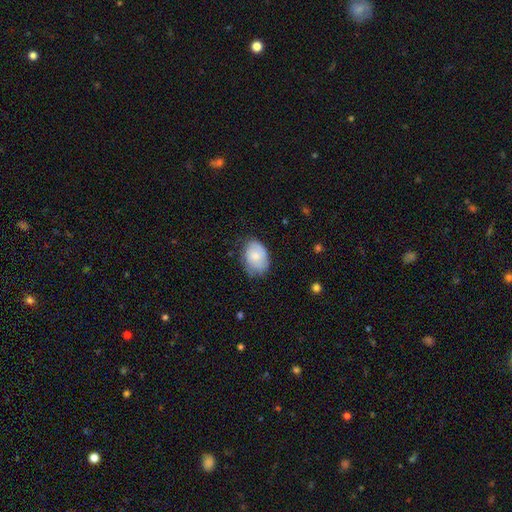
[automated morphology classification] The model was most divided on "merging": none: 61%, minor disturbance: 31%, major disturbance: 7%, merger: 1%. More confident: how rounded — in between (78%); smooth or featured — smooth (74%).